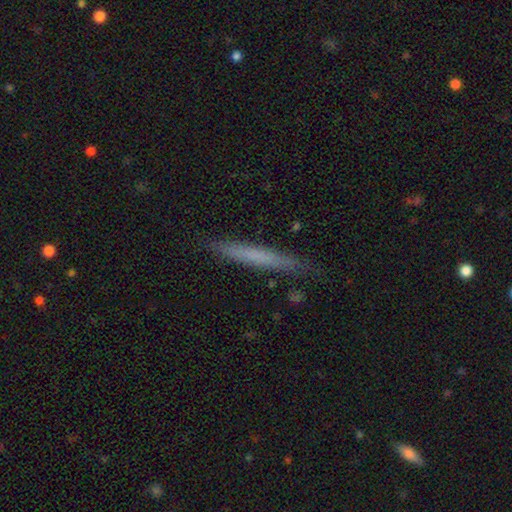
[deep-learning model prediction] Smooth or featured: smooth — 61% (featured or disk — 33%)
How rounded: cigar-shaped — 96% (in between — 2%)
Merging: none — 87% (minor disturbance — 10%)